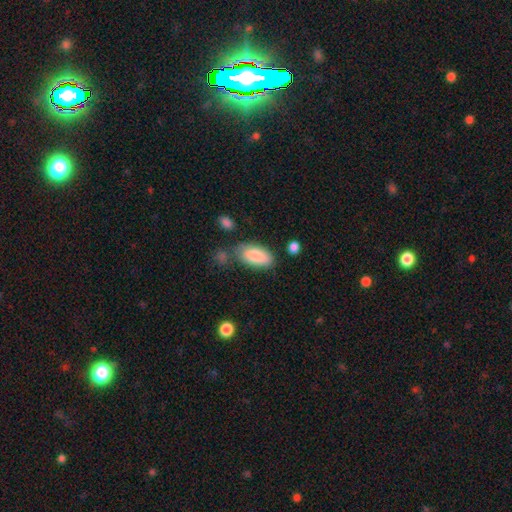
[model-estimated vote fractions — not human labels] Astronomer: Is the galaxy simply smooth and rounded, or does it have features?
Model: smooth — 85%.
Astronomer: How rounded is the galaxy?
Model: in between — 92%.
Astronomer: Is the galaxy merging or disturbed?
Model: none — 67%.